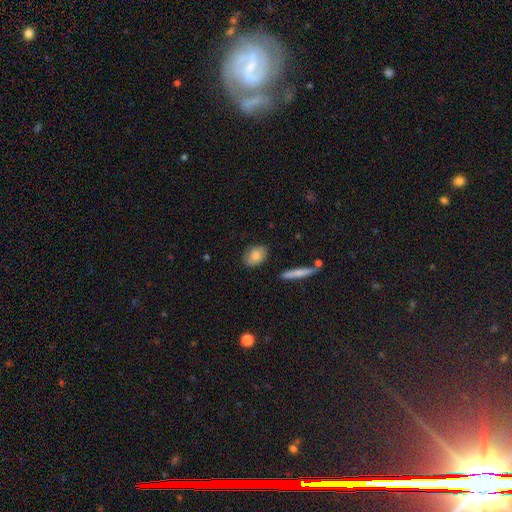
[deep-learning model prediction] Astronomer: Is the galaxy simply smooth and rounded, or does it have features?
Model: smooth — 79%.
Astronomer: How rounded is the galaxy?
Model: in between — 66%.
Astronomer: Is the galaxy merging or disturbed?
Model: none — 80%.